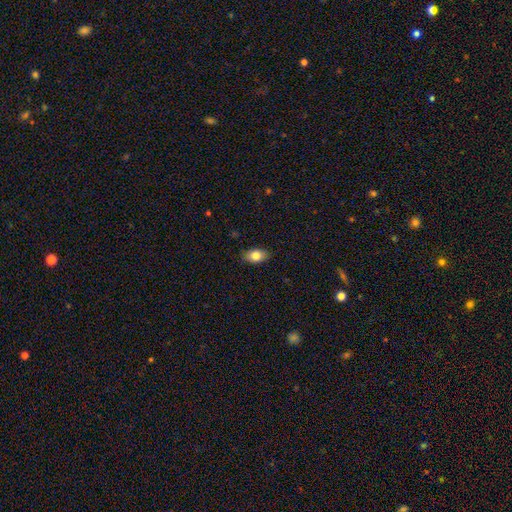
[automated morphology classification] smooth_or_featured: smooth (p=0.82) [alt: featured or disk p=0.10]
how_rounded: in between (p=0.88) [alt: round p=0.10]
merging: none (p=0.87) [alt: minor disturbance p=0.10]